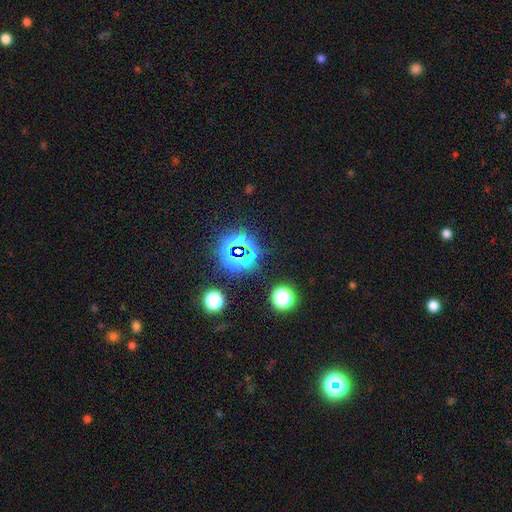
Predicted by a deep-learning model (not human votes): This appears to be a star or artifact, not a galaxy (79%).